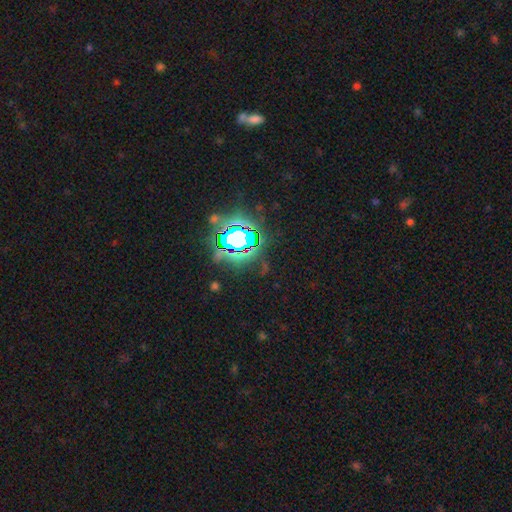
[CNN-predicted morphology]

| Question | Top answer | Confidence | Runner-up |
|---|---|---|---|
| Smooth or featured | star or artifact | 82% | smooth (11%) |